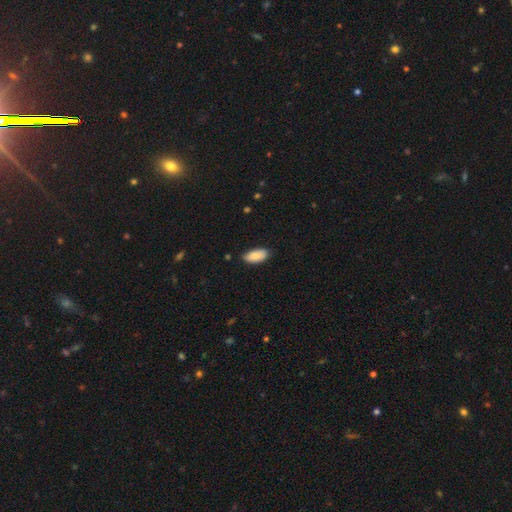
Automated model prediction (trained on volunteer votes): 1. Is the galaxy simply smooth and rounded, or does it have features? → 86% smooth, 8% featured or disk, 6% star or artifact.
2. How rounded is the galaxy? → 92% in between, 5% cigar-shaped, 2% round.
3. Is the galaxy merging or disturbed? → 79% none, 17% minor disturbance, 2% major disturbance, 1% merger.